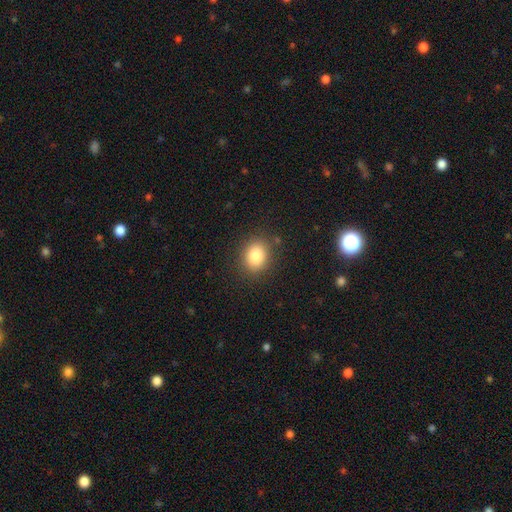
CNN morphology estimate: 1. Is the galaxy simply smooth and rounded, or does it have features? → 82% smooth, 10% star or artifact, 7% featured or disk.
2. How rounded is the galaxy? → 59% round, 40% in between, 1% cigar-shaped.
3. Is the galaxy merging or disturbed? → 86% none, 9% minor disturbance, 3% major disturbance, 1% merger.